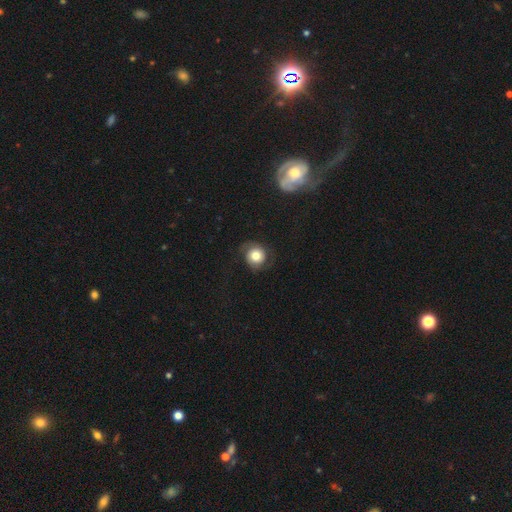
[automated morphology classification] This appears to be a smooth galaxy with no disk features (49%). Merging: none (69%).